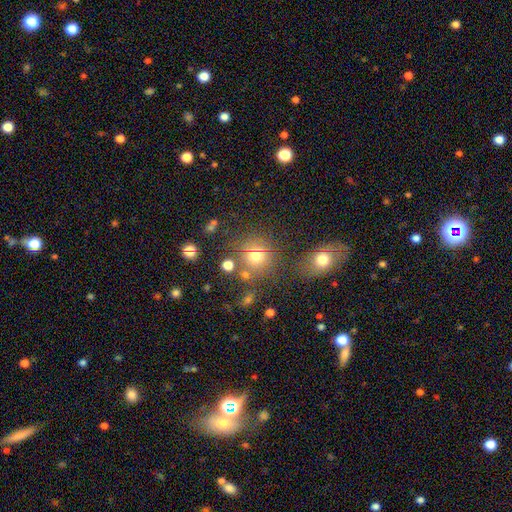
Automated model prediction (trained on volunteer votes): A smooth galaxy with no disk features (66%) that is round (87%). Merging: none (72%).